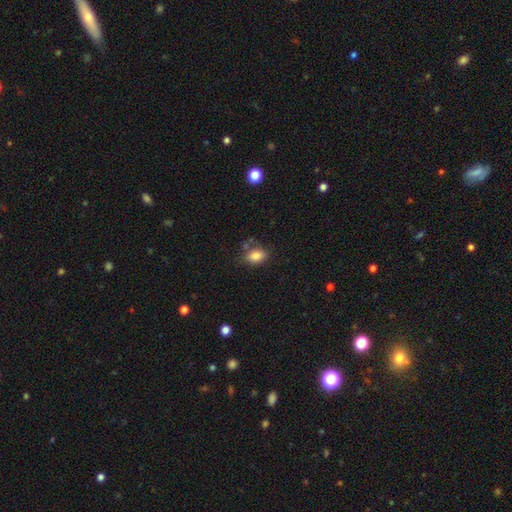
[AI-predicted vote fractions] This appears to be a smooth galaxy with no disk features (83%) that is in between round and cigar-shaped (84%). Merging: none (59%).